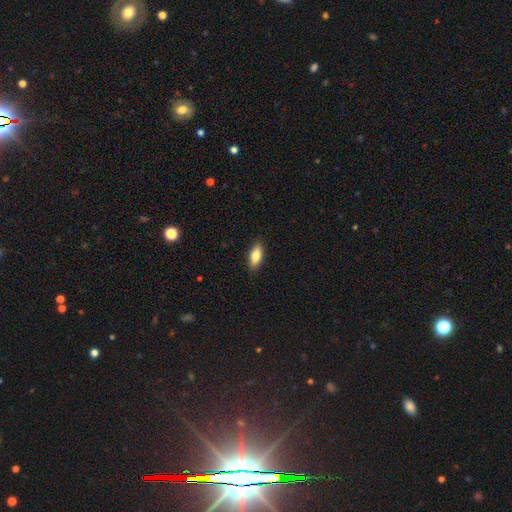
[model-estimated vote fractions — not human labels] A smooth galaxy with no disk features (82%) that is in between round and cigar-shaped (79%). Merging: none (89%).